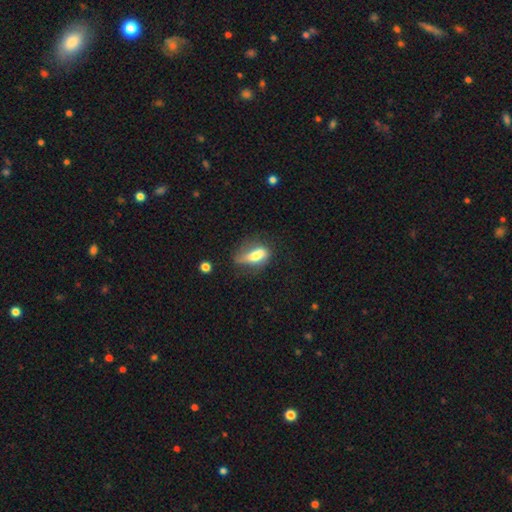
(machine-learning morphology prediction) smooth_or_featured: smooth (p=0.57) [alt: featured or disk p=0.34]
how_rounded: in between (p=0.73) [alt: cigar-shaped p=0.20]
merging: none (p=0.38) [alt: minor disturbance p=0.30]